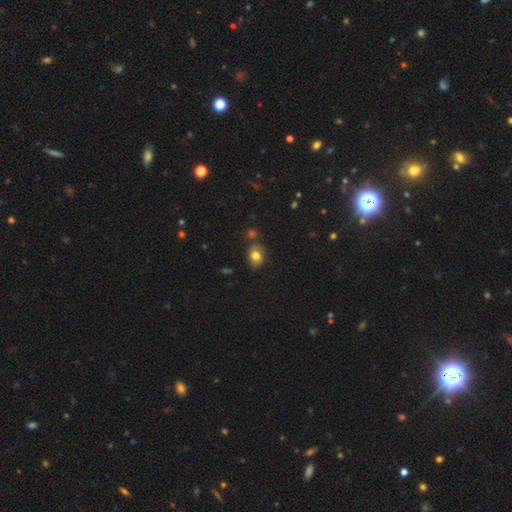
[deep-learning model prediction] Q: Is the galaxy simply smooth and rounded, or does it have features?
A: smooth — 79%.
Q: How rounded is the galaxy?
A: in between — 57%.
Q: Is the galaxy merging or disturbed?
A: none — 73%.